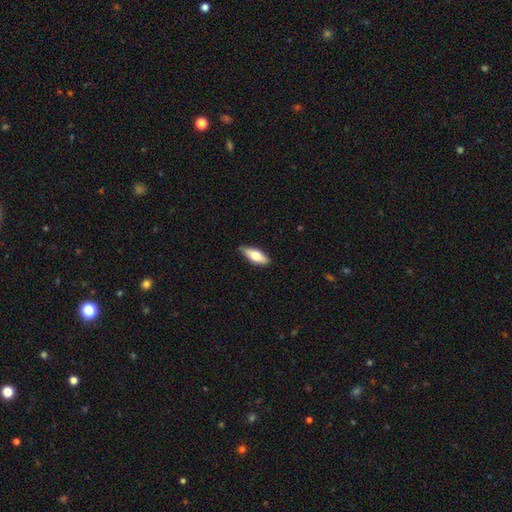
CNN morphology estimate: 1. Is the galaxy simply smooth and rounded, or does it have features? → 67% smooth, 27% featured or disk, 6% star or artifact.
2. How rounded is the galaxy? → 70% in between, 28% cigar-shaped, 2% round.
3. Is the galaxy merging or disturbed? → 83% none, 14% minor disturbance, 2% major disturbance, 1% merger.